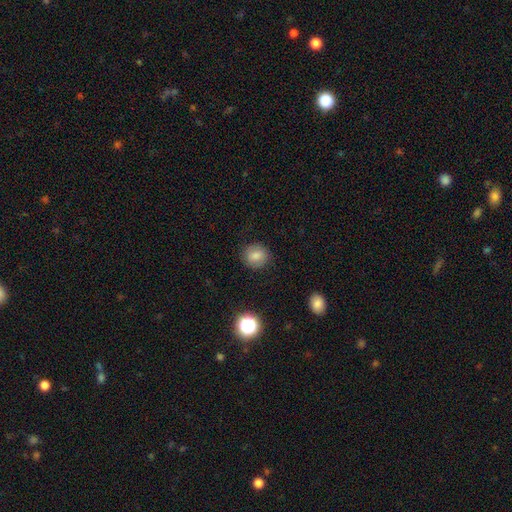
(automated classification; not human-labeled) Smooth or featured: smooth — 81% (star or artifact — 11%)
How rounded: round — 82% (in between — 17%)
Merging: none — 87% (minor disturbance — 9%)